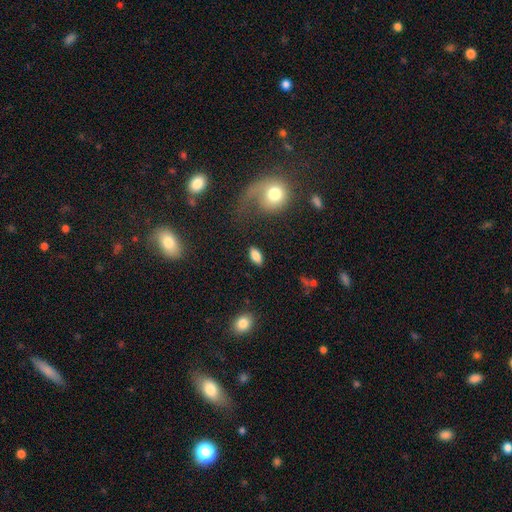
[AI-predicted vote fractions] smooth 83%, featured or disk 9%, star or artifact 8%. Down the decision tree: how rounded — in between (90%); merging — none (85%).